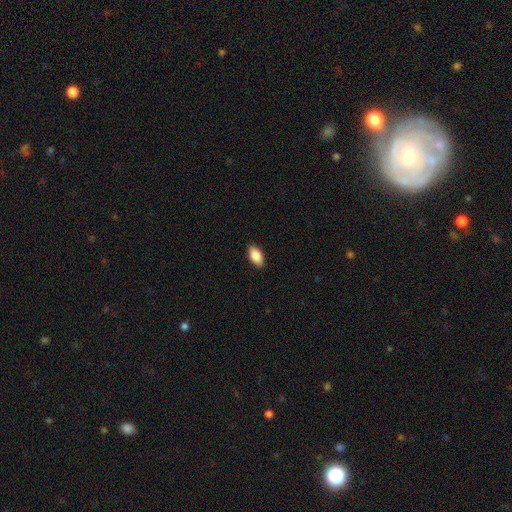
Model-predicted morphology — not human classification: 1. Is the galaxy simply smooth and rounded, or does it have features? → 86% smooth, 8% featured or disk, 7% star or artifact.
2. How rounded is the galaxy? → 93% in between, 4% cigar-shaped, 3% round.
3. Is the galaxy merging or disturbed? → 89% none, 8% minor disturbance, 2% major disturbance, 1% merger.